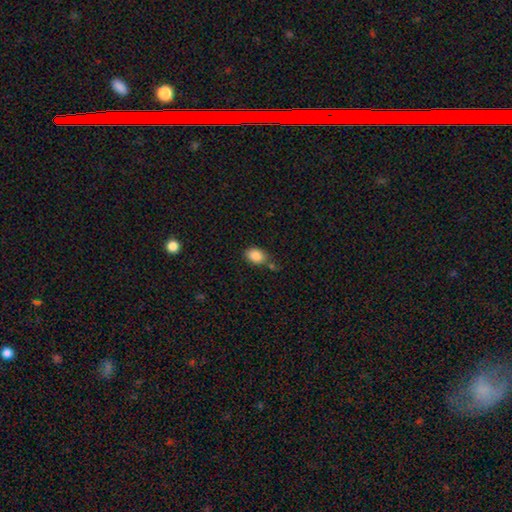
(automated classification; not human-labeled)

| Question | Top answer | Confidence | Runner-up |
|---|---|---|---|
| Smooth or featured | smooth | 87% | star or artifact (8%) |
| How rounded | in between | 73% | round (26%) |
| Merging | none | 59% | minor disturbance (20%) |